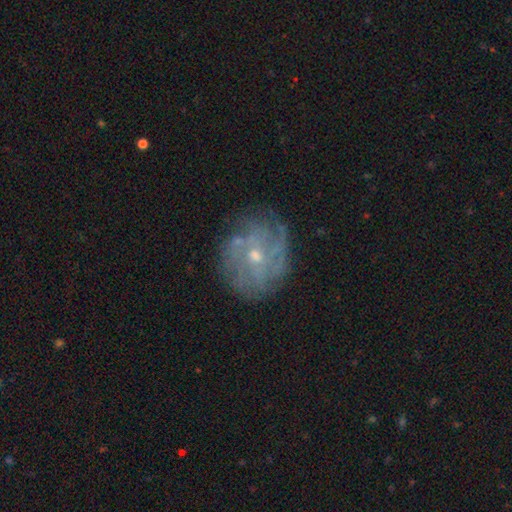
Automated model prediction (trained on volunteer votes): Morphology: type=featured or disk (73%); edge-on=no (97%); bar=no (73%); spiral arms=yes (78%); winding=tight (53%); arm count=can't tell (50%); bulge=small (56%); merging=none (70%).